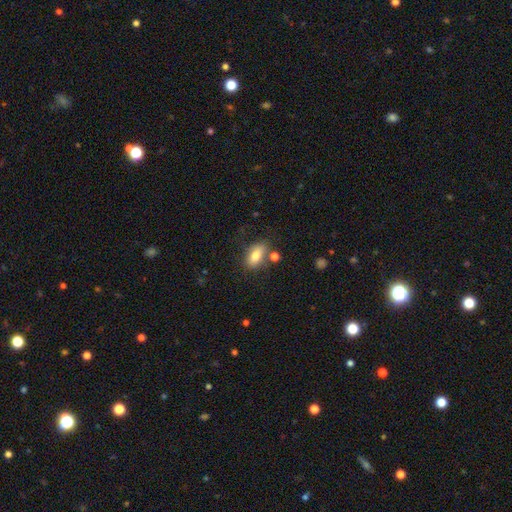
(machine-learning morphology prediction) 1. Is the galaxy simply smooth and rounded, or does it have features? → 75% smooth, 16% featured or disk, 8% star or artifact.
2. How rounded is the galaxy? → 86% in between, 8% round, 6% cigar-shaped.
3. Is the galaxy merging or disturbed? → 70% none, 15% minor disturbance, 11% merger, 5% major disturbance.